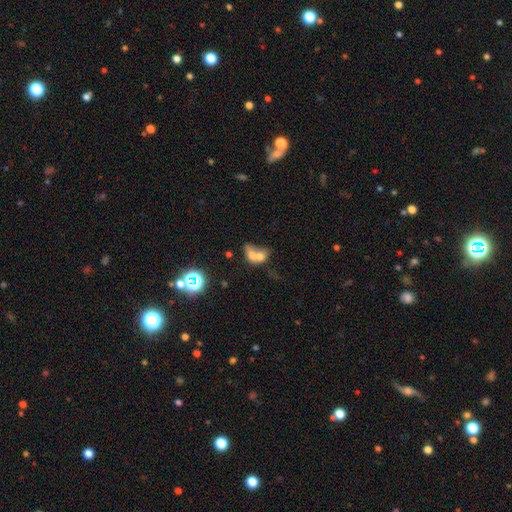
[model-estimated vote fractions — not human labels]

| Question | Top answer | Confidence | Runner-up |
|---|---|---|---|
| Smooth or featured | smooth | 60% | featured or disk (26%) |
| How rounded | in between | 60% | round (38%) |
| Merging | merger | 74% | none (13%) |